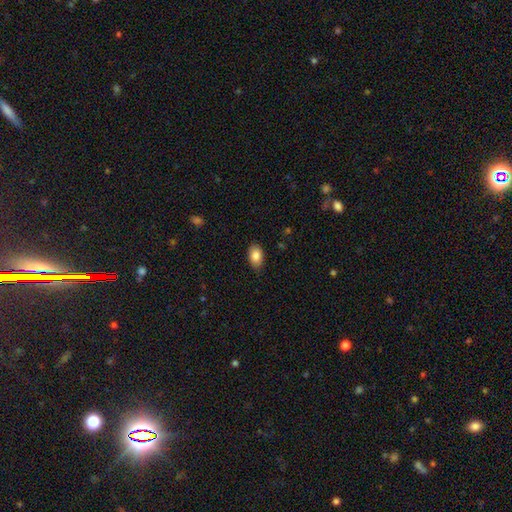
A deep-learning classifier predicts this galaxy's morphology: A smooth galaxy with no disk features (85%) that is in between round and cigar-shaped (89%).

Vote fractions:
- Smooth or featured? smooth: 85% / star or artifact: 8% / featured or disk: 7%
- How rounded? in between: 89% / round: 10% / cigar-shaped: 1%
- Merging? none: 81% / minor disturbance: 16% / major disturbance: 2% / merger: 1%